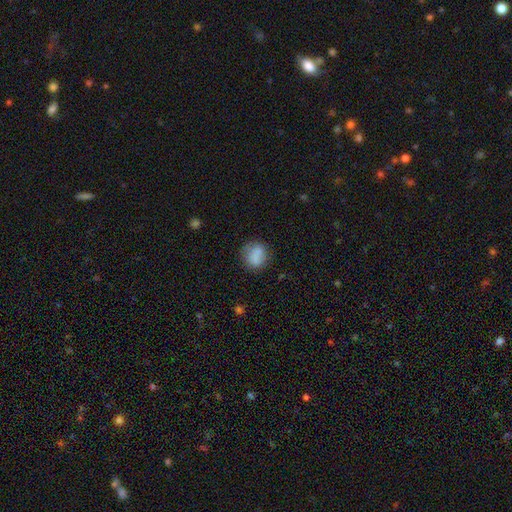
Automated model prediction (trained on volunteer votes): A smooth galaxy with no disk features (80%) that is round (73%). Merging: none (69%).